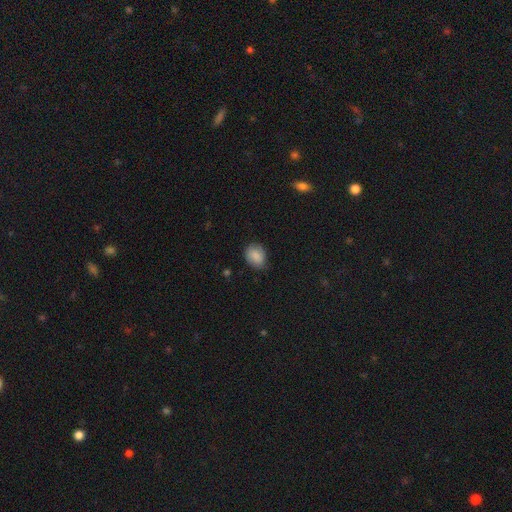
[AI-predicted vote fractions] This is clearly a smooth galaxy (83%). How rounded: possibly in between (54%). Merging: likely none (74%).